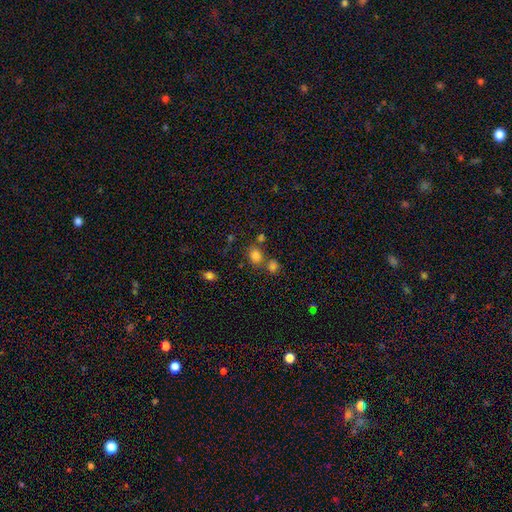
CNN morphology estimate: Smooth or featured?
  - smooth: 78% *
  - star or artifact: 16%
  - featured or disk: 7%
How rounded?
  - round: 59% *
  - in between: 40%
  - cigar-shaped: 1%
Merging?
  - none: 59% *
  - merger: 25%
  - minor disturbance: 11%
  - major disturbance: 5%